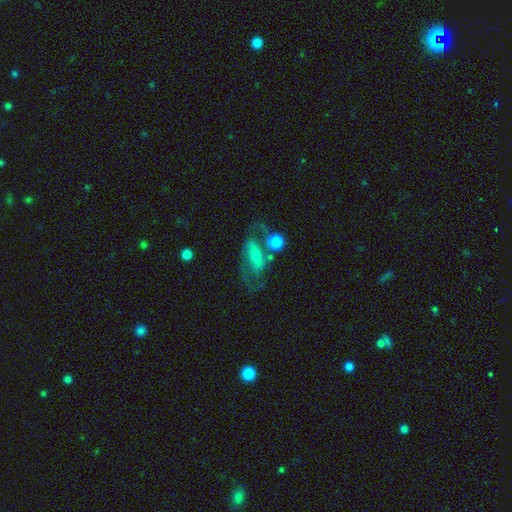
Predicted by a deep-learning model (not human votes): Smooth or featured? Predicted: featured or disk (p=0.66). Edge-on disk? Predicted: no (p=0.93). Bar? Predicted: no (p=0.37). Spiral arms? Predicted: yes (p=0.77). Bulge size? Predicted: small (p=0.52). Merging? Predicted: none (p=0.46).